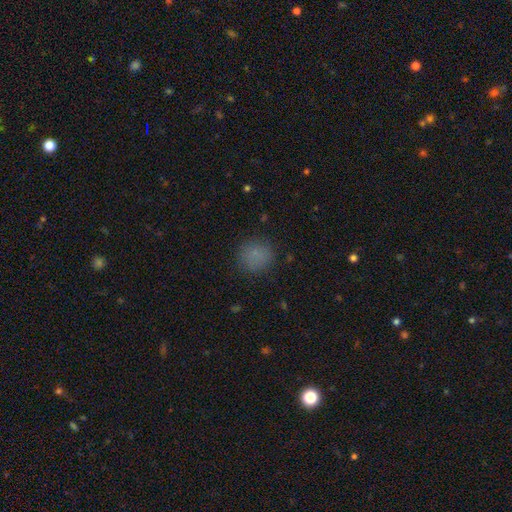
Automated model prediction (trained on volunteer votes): Q: Smooth or featured?
A: smooth (80%); runner-up: star or artifact (14%)
Q: How rounded?
A: round (88%); runner-up: in between (11%)
Q: Merging?
A: none (83%); runner-up: minor disturbance (12%)